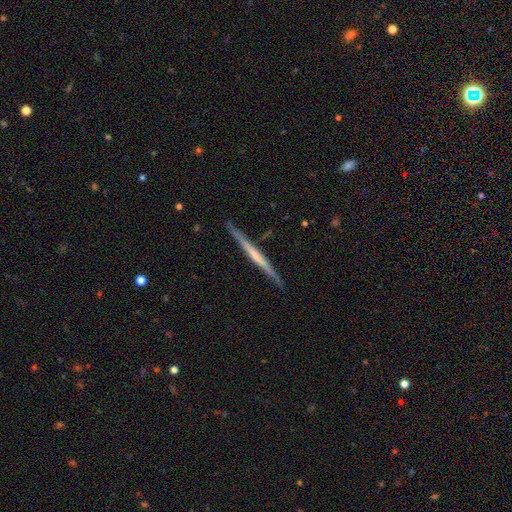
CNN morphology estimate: featured or disk 61%, smooth 34%, star or artifact 5%. Down the decision tree: edge-on disk — yes (97%); edge-on bulge — none (76%); merging — none (88%).